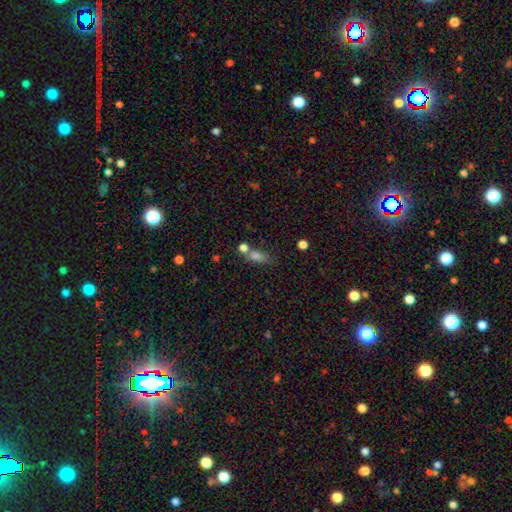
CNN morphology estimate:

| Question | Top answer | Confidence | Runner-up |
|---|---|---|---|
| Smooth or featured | smooth | 73% | star or artifact (16%) |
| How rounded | in between | 69% | cigar-shaped (18%) |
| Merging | none | 51% | merger (28%) |